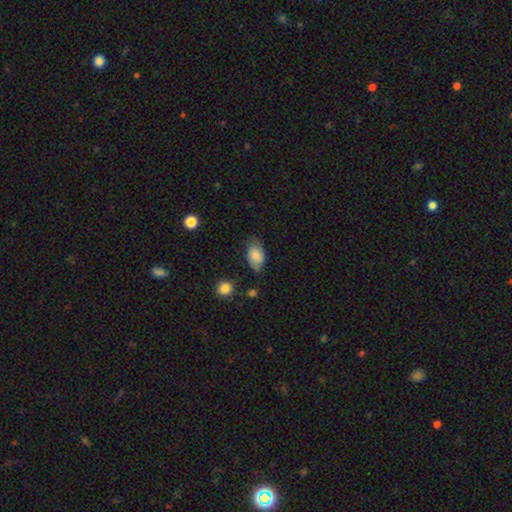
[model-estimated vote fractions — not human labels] Overall: smooth (75%). How rounded: in between (89%). Merging: none (64%; minor disturbance 28%).